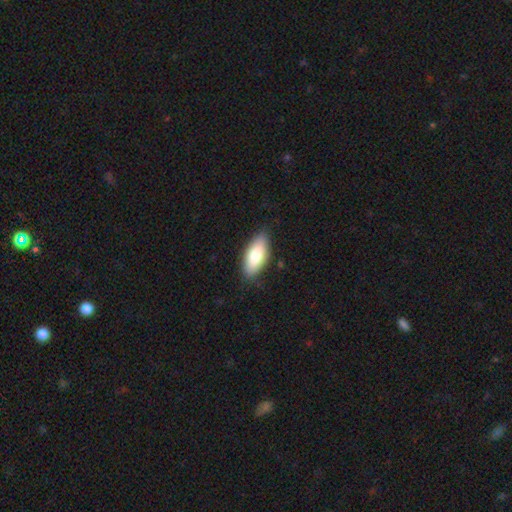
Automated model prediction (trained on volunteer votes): Smooth or featured? smooth (80%)
How rounded? in between (84%)
Merging? none (84%)